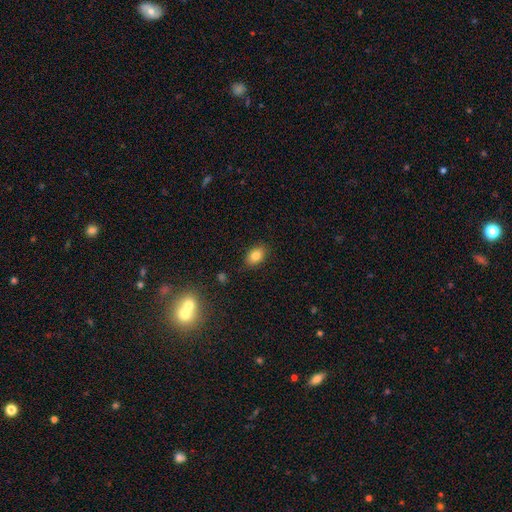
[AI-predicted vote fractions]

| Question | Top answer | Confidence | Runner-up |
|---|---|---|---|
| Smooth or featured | smooth | 82% | star or artifact (10%) |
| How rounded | in between | 83% | round (15%) |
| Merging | none | 84% | minor disturbance (11%) |